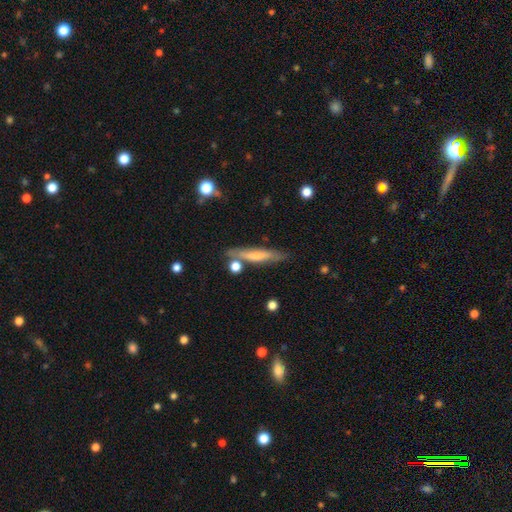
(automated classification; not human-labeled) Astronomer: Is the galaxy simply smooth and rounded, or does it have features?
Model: smooth — 58% (runner-up: featured or disk, 35%).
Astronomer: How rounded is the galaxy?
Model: cigar-shaped — 87%.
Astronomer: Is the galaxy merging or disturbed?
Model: none — 71%.